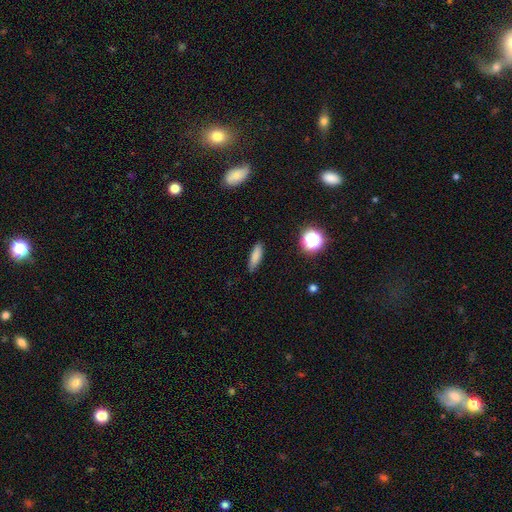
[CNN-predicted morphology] Q: Smooth or featured?
A: smooth (81%); runner-up: star or artifact (10%)
Q: How rounded?
A: cigar-shaped (61%); runner-up: in between (36%)
Q: Merging?
A: none (84%); runner-up: minor disturbance (12%)